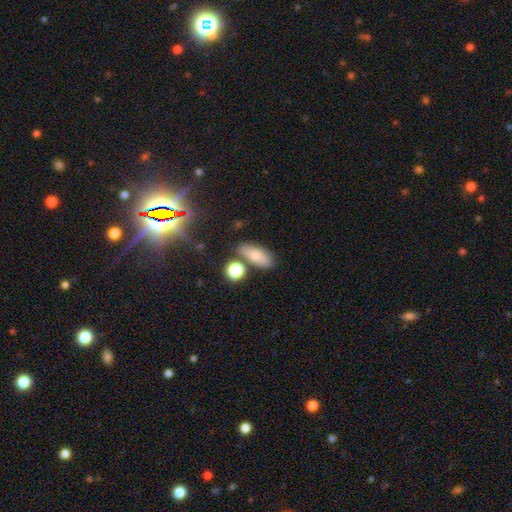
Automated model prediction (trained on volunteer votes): smooth_or_featured: smooth (p=0.75) [alt: featured or disk p=0.15]
how_rounded: in between (p=0.79) [alt: cigar-shaped p=0.14]
merging: none (p=0.71) [alt: minor disturbance p=0.13]